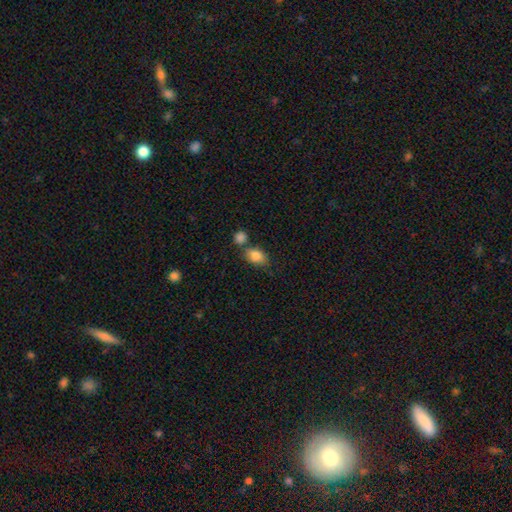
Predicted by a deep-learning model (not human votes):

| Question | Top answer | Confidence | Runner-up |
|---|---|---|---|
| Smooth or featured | smooth | 85% | star or artifact (8%) |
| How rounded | in between | 81% | round (18%) |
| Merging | none | 60% | merger (23%) |